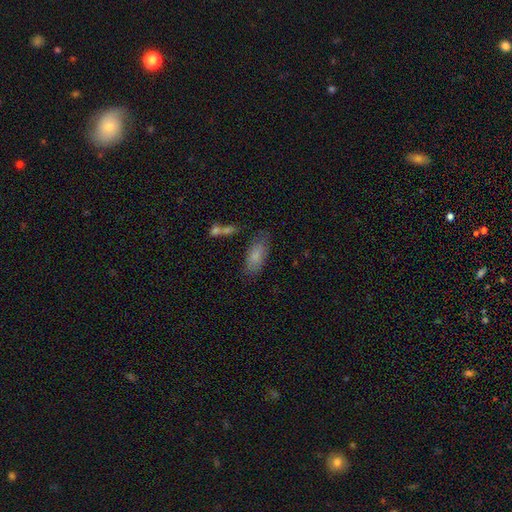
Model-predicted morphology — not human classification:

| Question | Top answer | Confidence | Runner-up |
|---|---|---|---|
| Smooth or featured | smooth | 79% | featured or disk (13%) |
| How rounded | in between | 80% | cigar-shaped (17%) |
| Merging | none | 70% | minor disturbance (19%) |